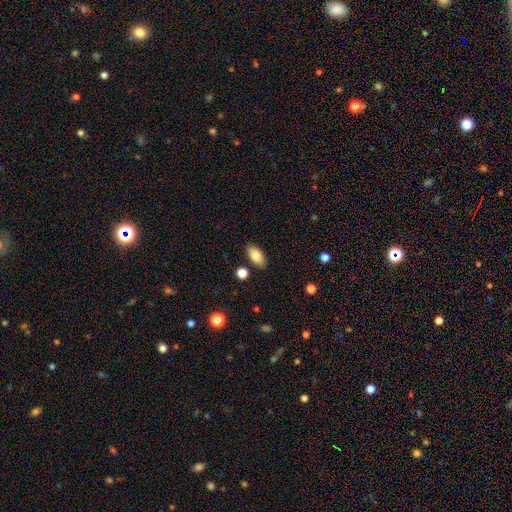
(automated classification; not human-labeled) Morphology: type=smooth (84%); roundness=in between (91%); merging=none (86%).